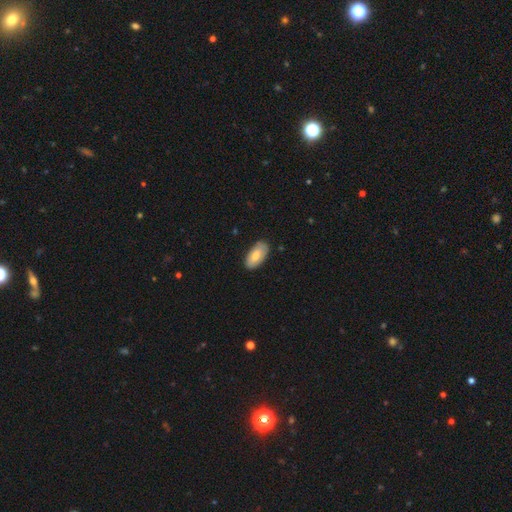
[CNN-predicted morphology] Smooth or featured?
  - smooth: 74% *
  - featured or disk: 21%
  - star or artifact: 6%
How rounded?
  - in between: 94% *
  - cigar-shaped: 4%
  - round: 2%
Merging?
  - none: 83% *
  - minor disturbance: 14%
  - major disturbance: 2%
  - merger: 1%